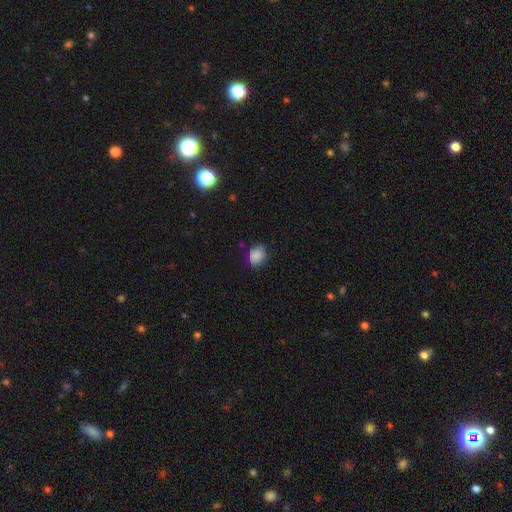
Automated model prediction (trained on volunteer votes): Q: Smooth or featured?
A: smooth (86%); runner-up: star or artifact (9%)
Q: How rounded?
A: round (56%); runner-up: in between (43%)
Q: Merging?
A: none (74%); runner-up: minor disturbance (20%)